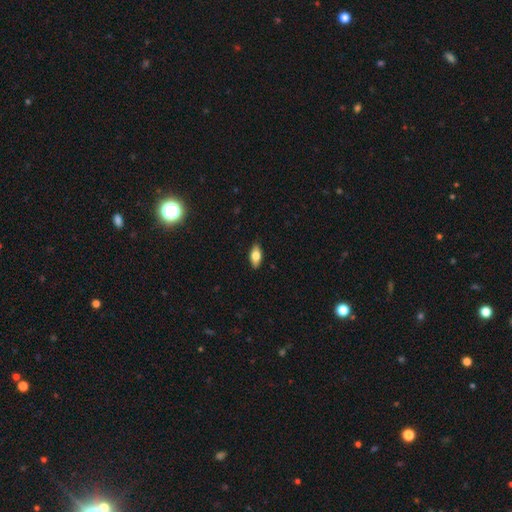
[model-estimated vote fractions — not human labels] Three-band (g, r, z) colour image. It shows a smooth galaxy with no disk features (70%) that is in between round and cigar-shaped (85%). Merging: none (88%).